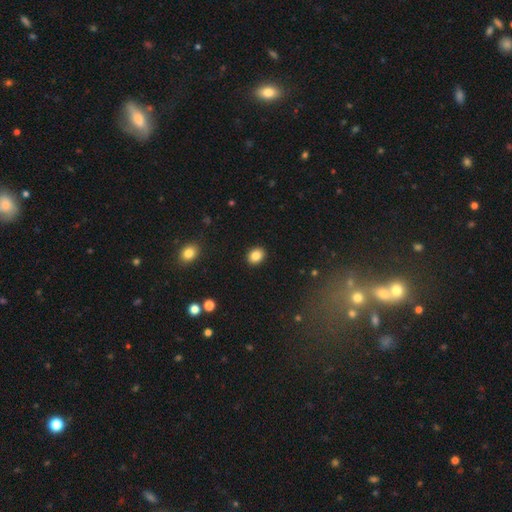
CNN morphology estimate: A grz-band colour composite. It shows a smooth galaxy with no disk features (86%) that is round (50%). Merging: none (91%).